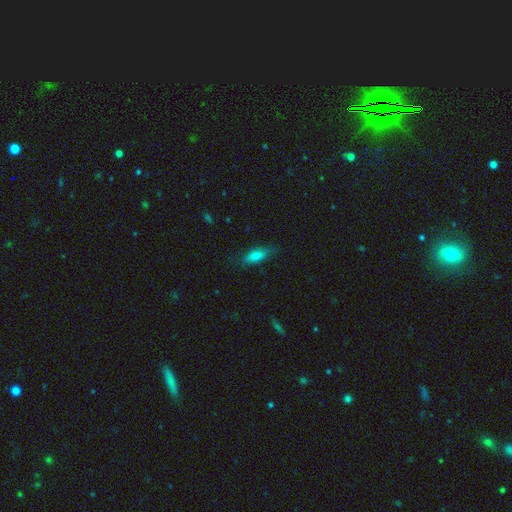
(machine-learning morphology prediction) Q: Smooth or featured?
A: smooth (75%); runner-up: featured or disk (17%)
Q: How rounded?
A: in between (62%); runner-up: cigar-shaped (35%)
Q: Merging?
A: none (77%); runner-up: minor disturbance (17%)